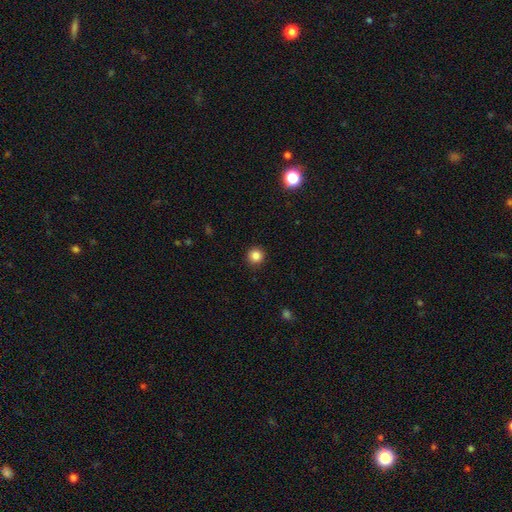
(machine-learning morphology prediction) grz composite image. It shows a smooth galaxy with no disk features (85%) that is round (95%). Merging: none (93%).